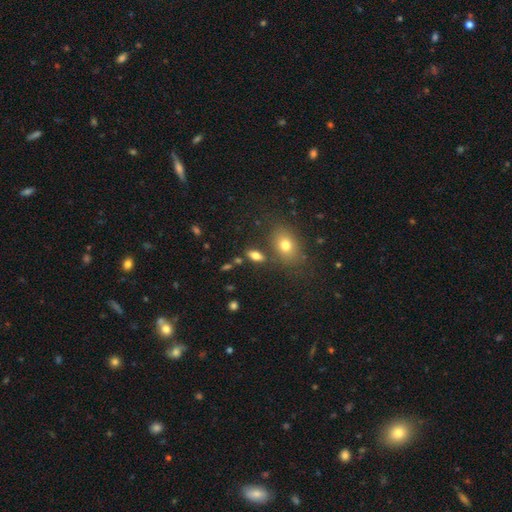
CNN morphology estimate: Smooth or featured: smooth — 74% (featured or disk — 15%)
How rounded: in between — 82% (cigar-shaped — 10%)
Merging: none — 75% (minor disturbance — 11%)